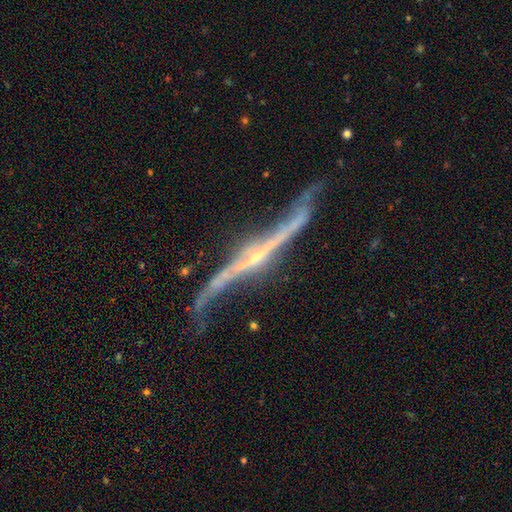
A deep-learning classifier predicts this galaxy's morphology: Overall: featured or disk (88%). Edge-on disk: yes (74%). Edge-on bulge: rounded (69%). Merging: none (55%; minor disturbance 25%).